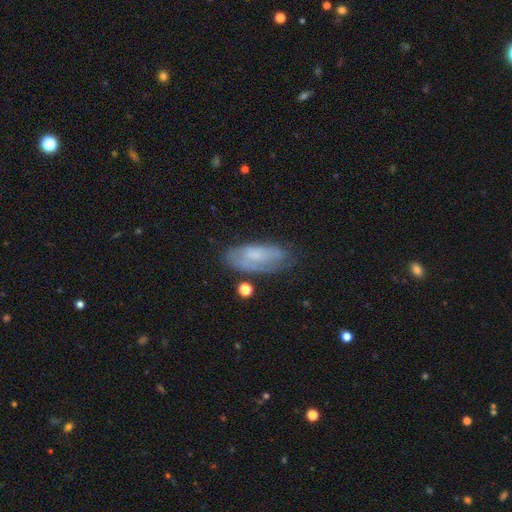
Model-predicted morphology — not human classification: Smooth or featured? smooth (54%)
How rounded? in between (81%)
Merging? none (60%)